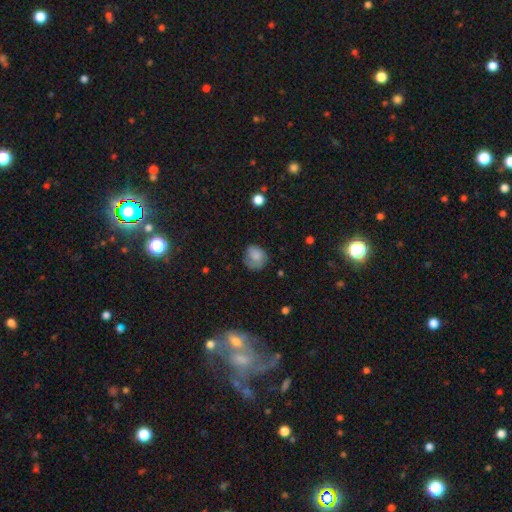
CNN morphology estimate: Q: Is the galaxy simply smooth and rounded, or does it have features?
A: smooth — 73%.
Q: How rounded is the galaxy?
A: round — 69%.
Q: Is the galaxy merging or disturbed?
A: none — 58%.